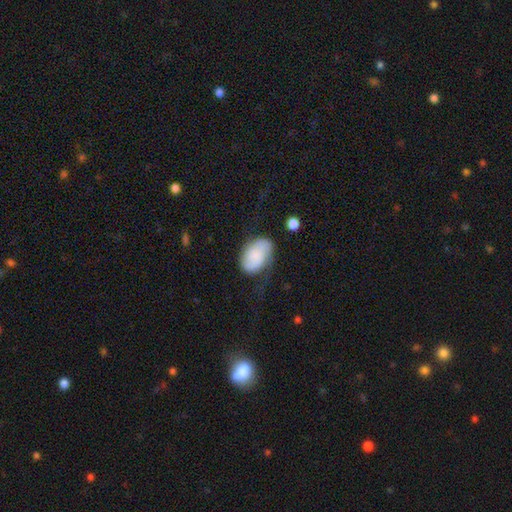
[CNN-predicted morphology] smooth 54%, featured or disk 38%, star or artifact 8%. Down the decision tree: how rounded — in between (90%); merging — none (51%).